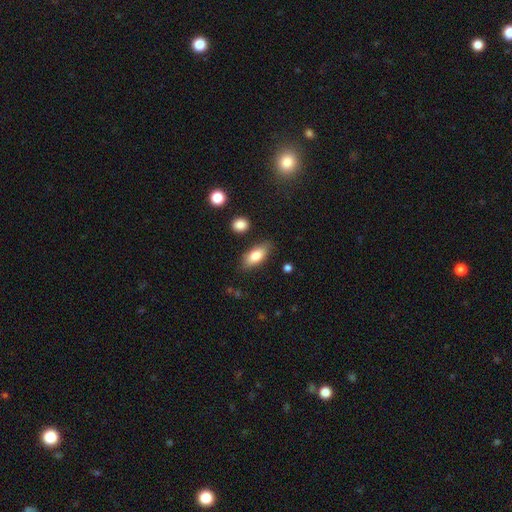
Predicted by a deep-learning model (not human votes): smooth_or_featured: smooth (p=0.79) [alt: featured or disk p=0.15]
how_rounded: in between (p=0.84) [alt: cigar-shaped p=0.12]
merging: none (p=0.81) [alt: minor disturbance p=0.13]